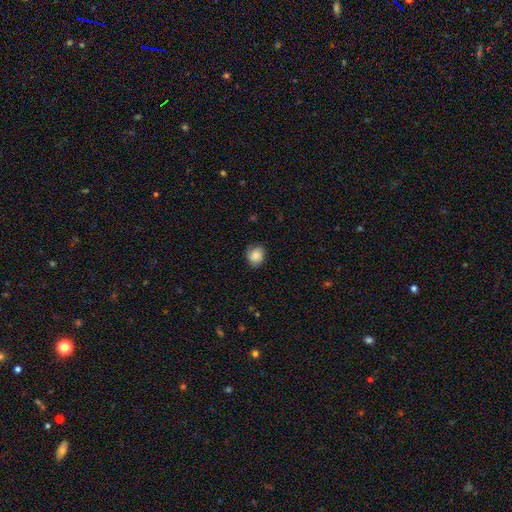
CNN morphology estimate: type=smooth (82%); roundness=round (74%); merging=none (78%).